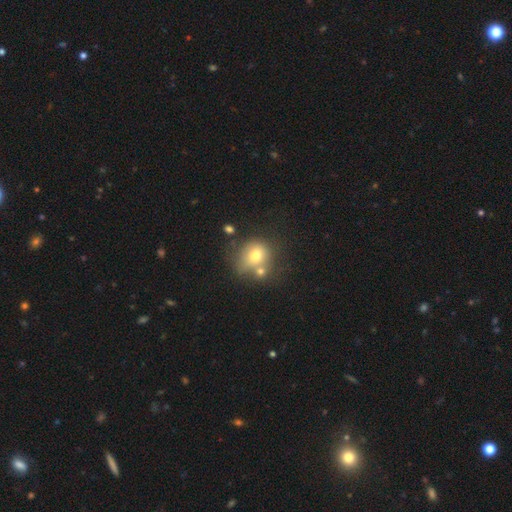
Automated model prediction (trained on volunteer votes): Smooth or featured? Predicted: smooth (p=0.71). How rounded? Predicted: round (p=0.76). Merging? Predicted: none (p=0.42).